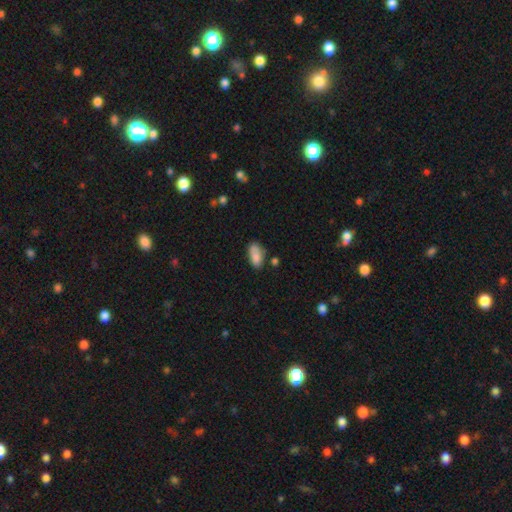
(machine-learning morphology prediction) smooth_or_featured: smooth (p=0.84) [alt: featured or disk p=0.08]
how_rounded: in between (p=0.88) [alt: cigar-shaped p=0.09]
merging: none (p=0.62) [alt: minor disturbance p=0.25]